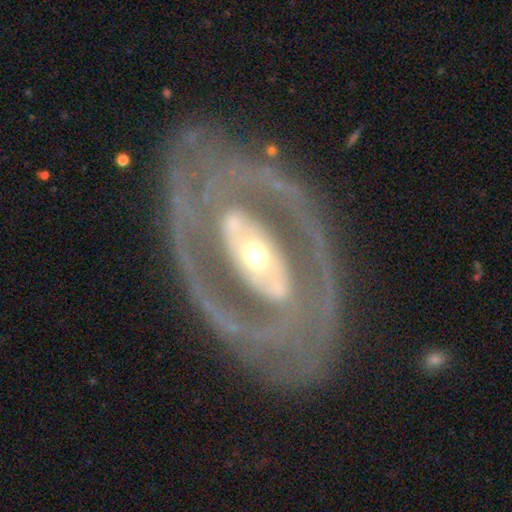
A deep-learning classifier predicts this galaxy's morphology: Overall: featured or disk (87%). Edge-on disk: no (94%). Bar: strong (39%; no 35%). Spiral arms: yes (75%). Spiral arm count: 2 (67%). Spiral winding: tight (59%; medium 30%). Bulge size: moderate (53%; small 38%). Merging: none (75%).